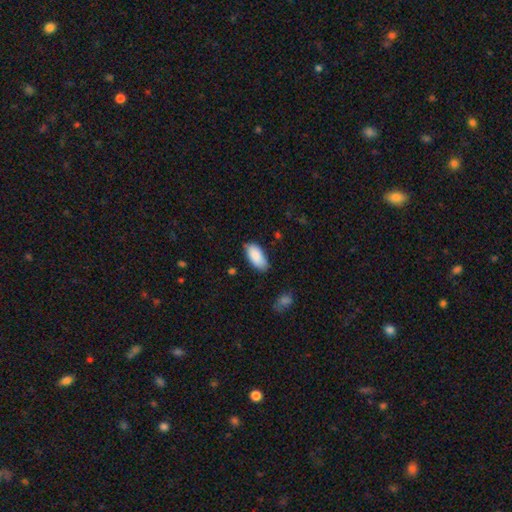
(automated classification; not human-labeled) Smooth or featured? smooth (88%)
How rounded? in between (93%)
Merging? none (77%)